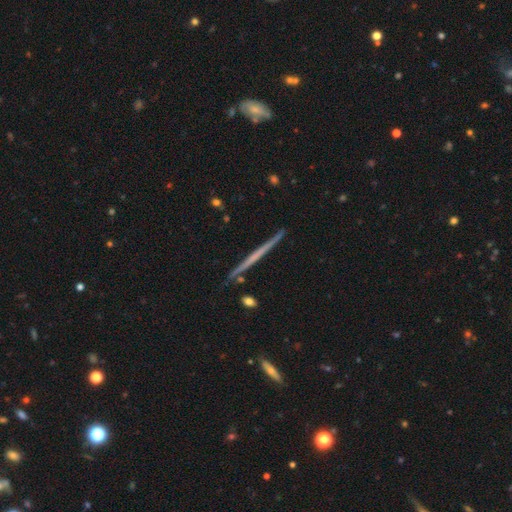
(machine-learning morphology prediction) Smooth or featured? Predicted: featured or disk (p=0.65). Edge-on disk? Predicted: yes (p=0.98). Edge-on bulge? Predicted: none (p=0.85). Merging? Predicted: none (p=0.91).